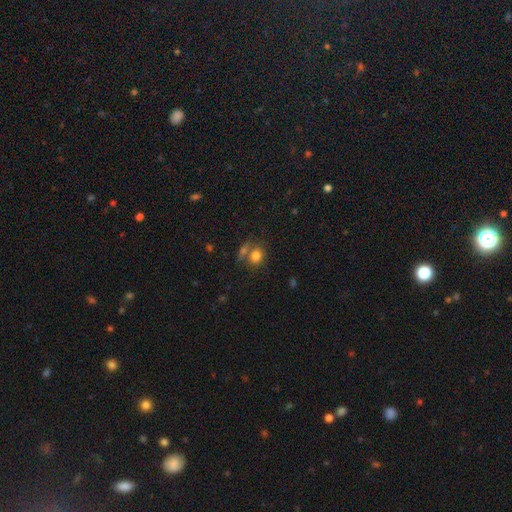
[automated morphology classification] type=smooth (80%); roundness=round (65%); merging=none (52%).